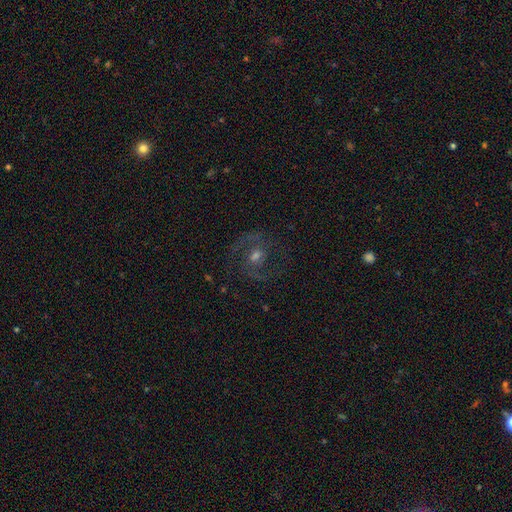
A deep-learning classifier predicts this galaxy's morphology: smooth-or-featured: featured or disk: 79% | star or artifact: 11% | smooth: 10%
  disk-edge-on: no: 98% | yes: 2%
    bar: no: 49% | weak: 41% | strong: 11%
    has-spiral-arms: yes: 92% | no: 8%
      spiral-winding: medium: 59% | tight: 23% | loose: 18%
      spiral-arm-count: 2: 88% | can't tell: 5% | 3: 2% | 1: 2% | 4: 1% | more than 4: 1%
    bulge-size: moderate: 60% | small: 28% | large: 8% | none: 3% | dominant: 1%
  merging: none: 78% | minor disturbance: 12% | major disturbance: 9% | merger: 1%